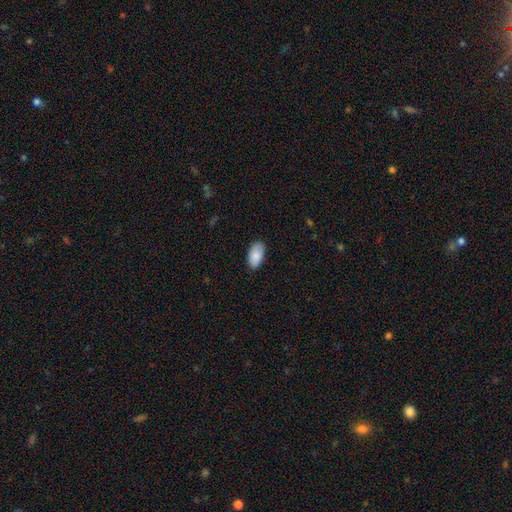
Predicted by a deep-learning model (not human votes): Morphology: type=smooth (88%); roundness=in between (95%); merging=none (87%).